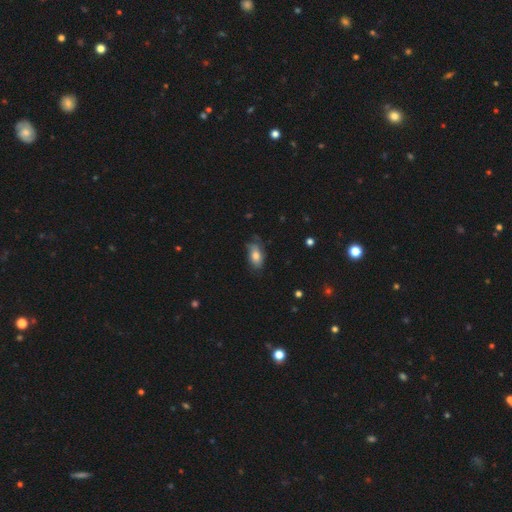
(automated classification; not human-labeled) Smooth or featured: smooth — 70% (featured or disk — 22%)
How rounded: in between — 89% (round — 7%)
Merging: none — 56% (minor disturbance — 31%)